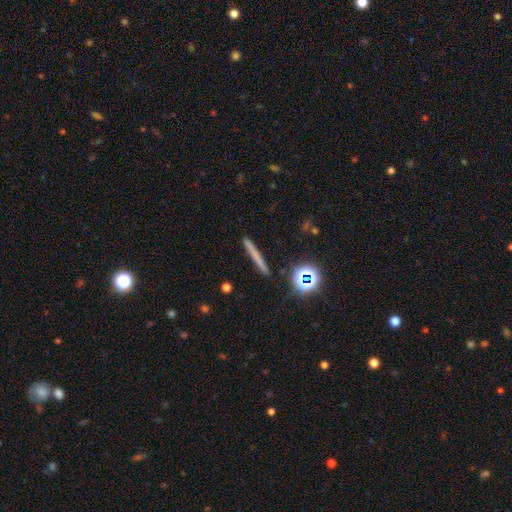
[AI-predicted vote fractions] smooth 59%, featured or disk 26%, star or artifact 15%. Down the decision tree: how rounded — cigar-shaped (92%); merging — none (89%).